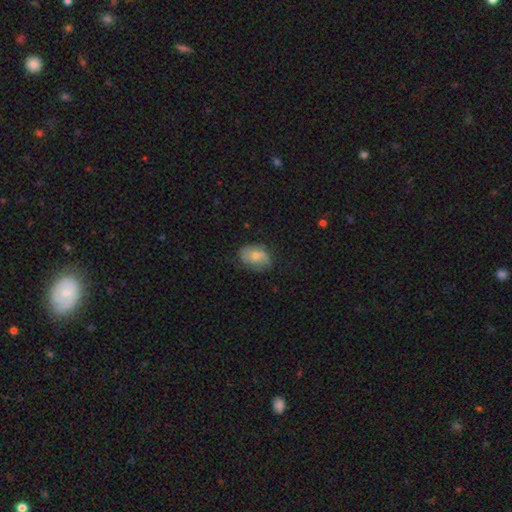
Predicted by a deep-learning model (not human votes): Smooth or featured: smooth — 54% (featured or disk — 38%)
How rounded: in between — 76% (round — 23%)
Merging: none — 70% (minor disturbance — 23%)